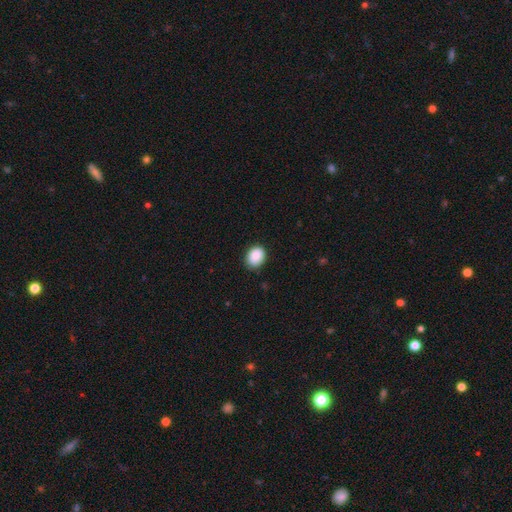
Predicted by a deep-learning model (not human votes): smooth_or_featured: smooth (p=0.88) [alt: star or artifact p=0.08]
how_rounded: in between (p=0.55) [alt: round p=0.44]
merging: none (p=0.82) [alt: minor disturbance p=0.15]